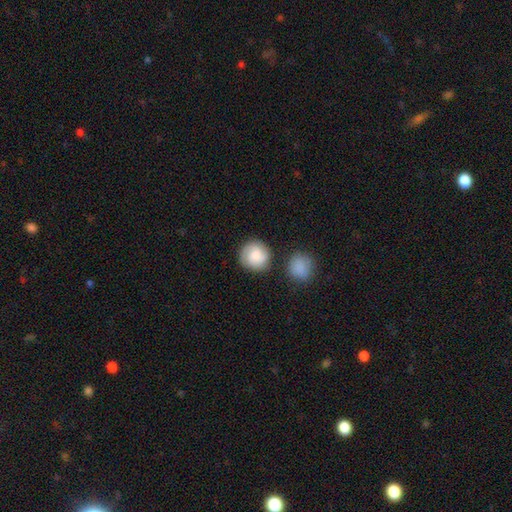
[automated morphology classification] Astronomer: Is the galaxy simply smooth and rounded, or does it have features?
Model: smooth — 61%.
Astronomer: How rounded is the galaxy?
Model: round — 91%.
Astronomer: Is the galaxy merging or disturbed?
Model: none — 75%.